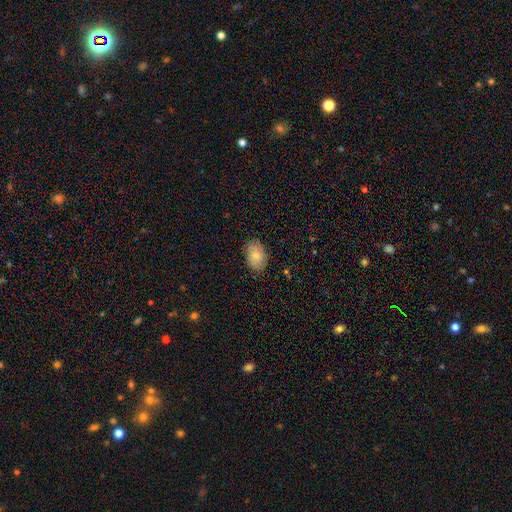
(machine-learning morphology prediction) A smooth galaxy with no disk features (71%) that is in between round and cigar-shaped (85%). Merging: none (81%).